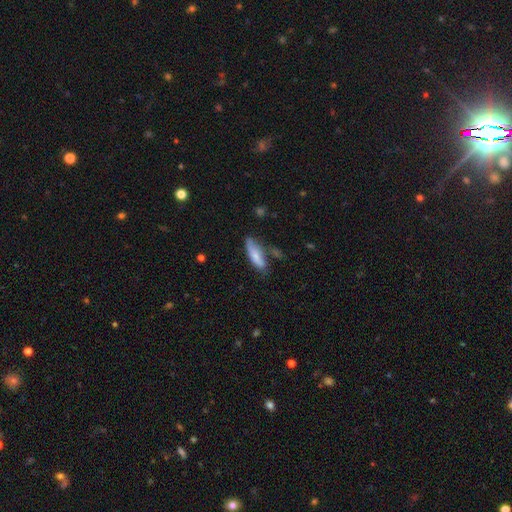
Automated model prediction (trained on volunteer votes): A smooth galaxy with no disk features (74%) that is cigar-shaped (51%).

Vote fractions:
- Smooth or featured? smooth: 74% / featured or disk: 20% / star or artifact: 6%
- How rounded? cigar-shaped: 51% / in between: 47% / round: 2%
- Merging? none: 55% / minor disturbance: 29% / major disturbance: 9% / merger: 8%